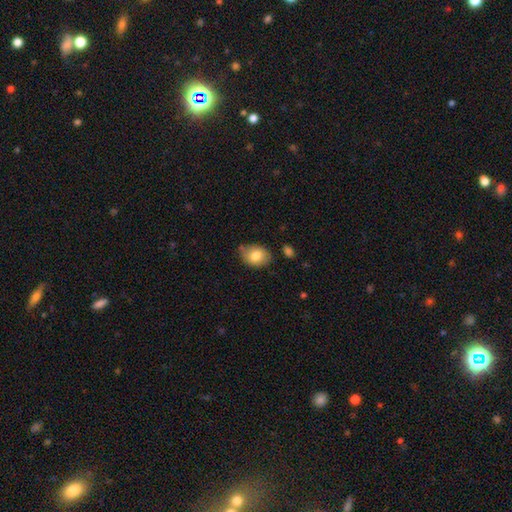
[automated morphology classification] Smooth or featured? smooth (81%)
How rounded? in between (69%)
Merging? none (72%)